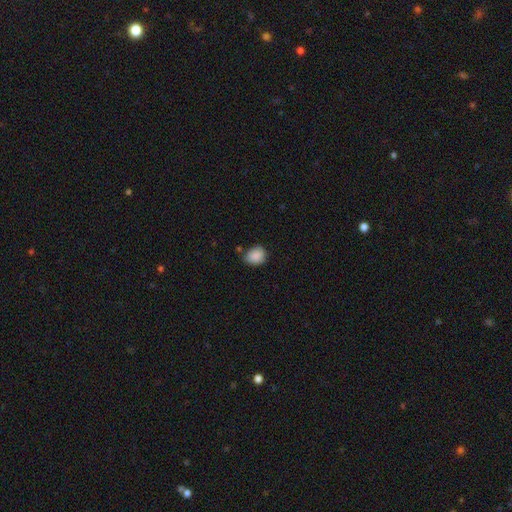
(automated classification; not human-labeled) Smooth or featured?
  - smooth: 88% *
  - star or artifact: 8%
  - featured or disk: 4%
How rounded?
  - round: 54% *
  - in between: 45%
  - cigar-shaped: 1%
Merging?
  - none: 67% *
  - minor disturbance: 25%
  - major disturbance: 4%
  - merger: 4%